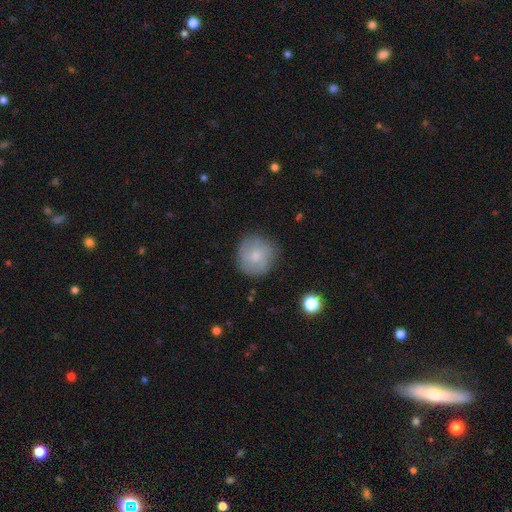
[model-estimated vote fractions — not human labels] smooth 63%, featured or disk 29%, star or artifact 8%. Down the decision tree: how rounded — round (92%); merging — none (77%).